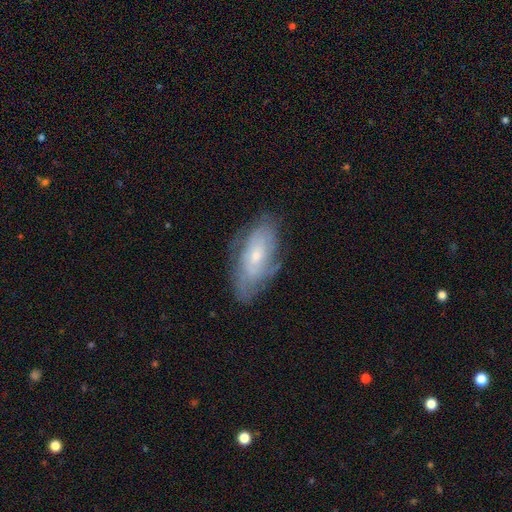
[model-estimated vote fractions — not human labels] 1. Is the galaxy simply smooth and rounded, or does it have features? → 62% featured or disk, 31% smooth, 7% star or artifact.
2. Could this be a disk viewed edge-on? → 89% no, 11% yes.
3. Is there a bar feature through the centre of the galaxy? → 75% no, 21% weak, 4% strong.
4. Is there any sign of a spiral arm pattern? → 75% yes, 25% no.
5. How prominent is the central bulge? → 63% small, 32% moderate, 2% large, 2% none, 1% dominant.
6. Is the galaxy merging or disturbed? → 70% none, 21% minor disturbance, 8% major disturbance, 1% merger.